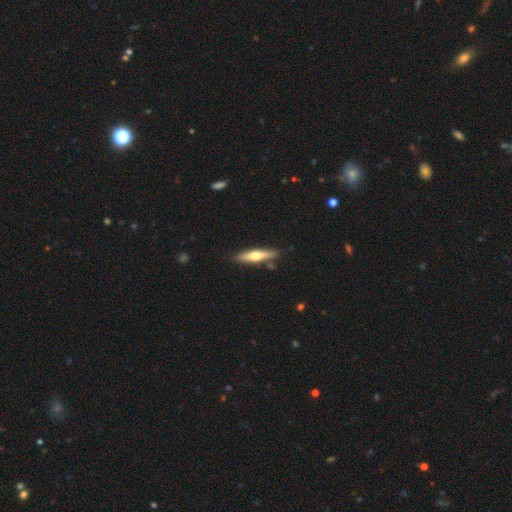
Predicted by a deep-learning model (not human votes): This appears to be a smooth galaxy with no disk features (49%). Merging: none (82%).